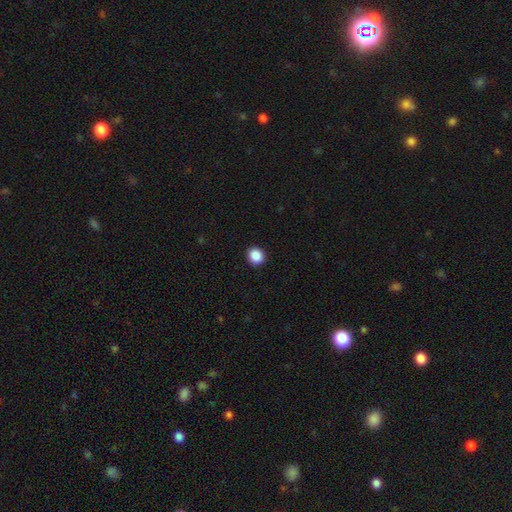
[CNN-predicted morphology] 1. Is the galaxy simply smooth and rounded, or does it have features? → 89% smooth, 9% star or artifact, 2% featured or disk.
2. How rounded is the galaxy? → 85% round, 14% in between, 1% cigar-shaped.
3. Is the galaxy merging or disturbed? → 93% none, 5% minor disturbance, 2% major disturbance, 1% merger.